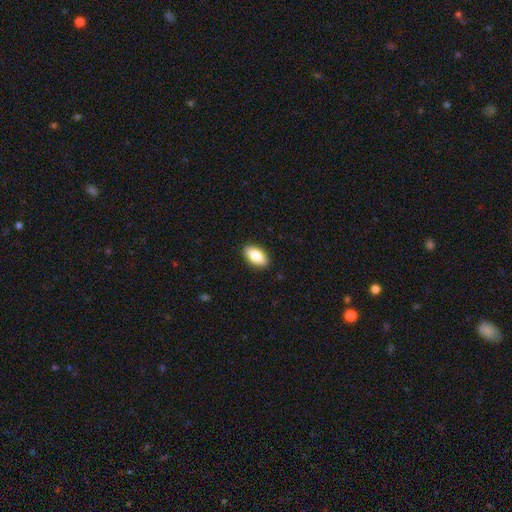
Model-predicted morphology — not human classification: A smooth galaxy with no disk features (83%) that is in between round and cigar-shaped (92%).

Vote fractions:
- Smooth or featured? smooth: 83% / featured or disk: 11% / star or artifact: 7%
- How rounded? in between: 92% / cigar-shaped: 5% / round: 4%
- Merging? none: 90% / minor disturbance: 8% / major disturbance: 2% / merger: 1%